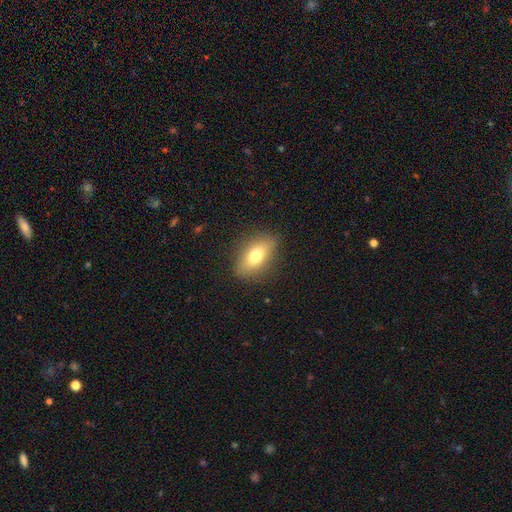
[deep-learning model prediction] Smooth or featured? smooth (69%)
How rounded? in between (80%)
Merging? none (86%)